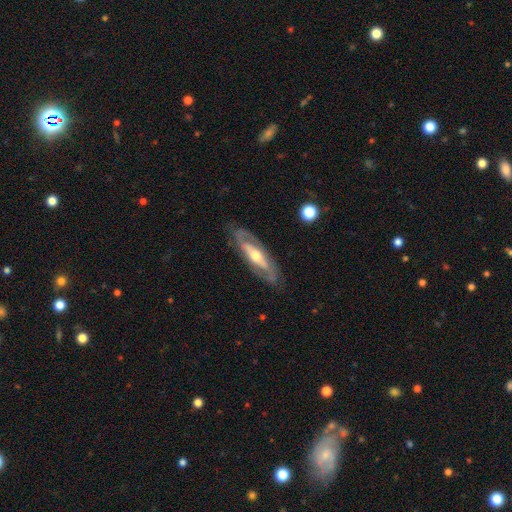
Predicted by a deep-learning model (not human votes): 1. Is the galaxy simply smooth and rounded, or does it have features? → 80% featured or disk, 15% smooth, 5% star or artifact.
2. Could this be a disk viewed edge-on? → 78% no, 22% yes.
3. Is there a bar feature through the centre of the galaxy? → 40% no, 33% strong, 27% weak.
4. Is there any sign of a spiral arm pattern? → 79% yes, 21% no.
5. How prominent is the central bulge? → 66% moderate, 23% small, 9% large, 1% none, 1% dominant.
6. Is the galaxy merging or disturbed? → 80% none, 13% minor disturbance, 5% major disturbance, 1% merger.